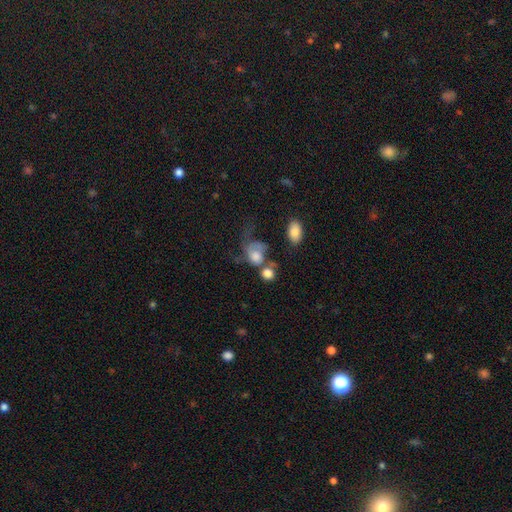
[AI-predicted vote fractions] Smooth or featured? smooth (61%)
How rounded? round (52%)
Merging? major disturbance (38%)